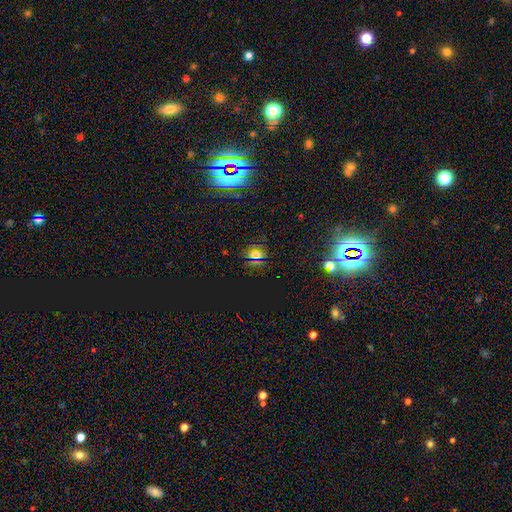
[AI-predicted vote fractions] The model was most divided on "smooth or featured": star or artifact: 61%, smooth: 30%, featured or disk: 9%.